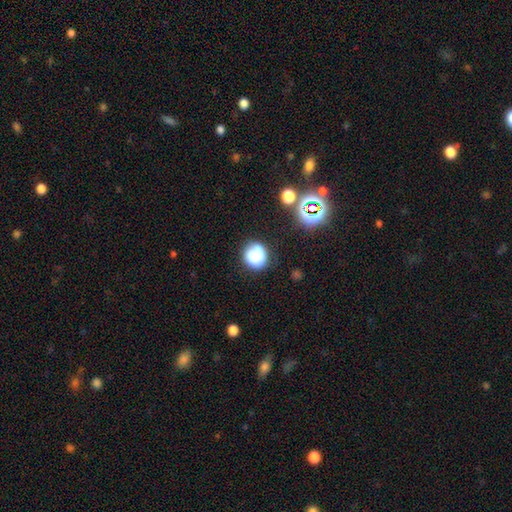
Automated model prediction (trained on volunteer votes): The model was most divided on "merging": none: 70%, minor disturbance: 19%, major disturbance: 6%, merger: 5%. More confident: how rounded — round (84%); smooth or featured — smooth (77%).